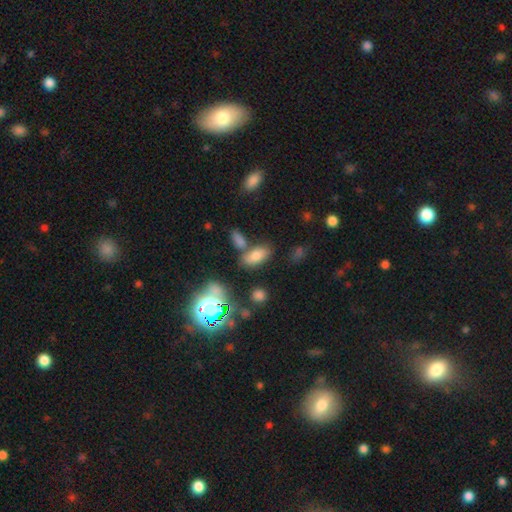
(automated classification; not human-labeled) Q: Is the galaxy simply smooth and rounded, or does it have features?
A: smooth — 71%.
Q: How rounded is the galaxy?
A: in between — 88%.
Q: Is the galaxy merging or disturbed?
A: none — 67%.